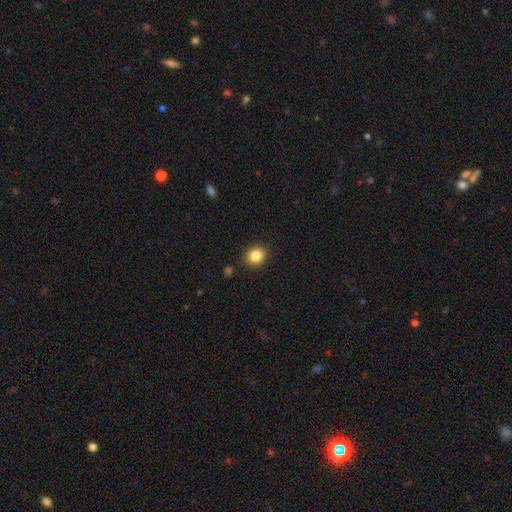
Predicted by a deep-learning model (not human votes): This appears to be a smooth galaxy with no disk features (85%) that is round (73%). Merging: none (90%).